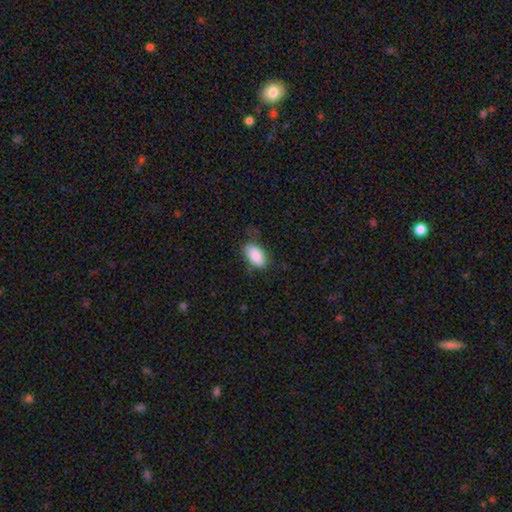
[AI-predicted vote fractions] Smooth or featured: smooth — 87% (star or artifact — 7%)
How rounded: in between — 93% (round — 3%)
Merging: none — 70% (minor disturbance — 22%)